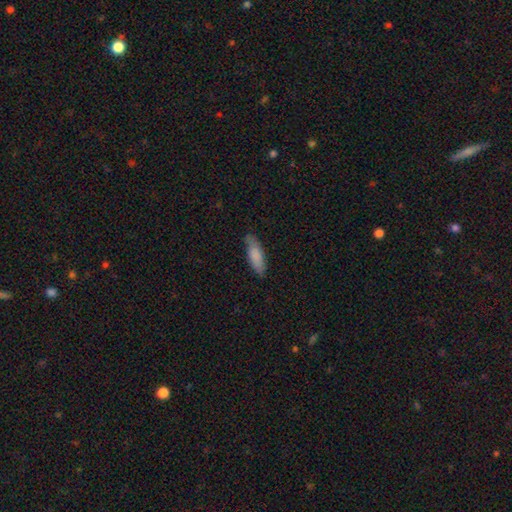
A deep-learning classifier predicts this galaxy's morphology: smooth 83%, featured or disk 12%, star or artifact 6%. Down the decision tree: how rounded — in between (55%); merging — none (77%).